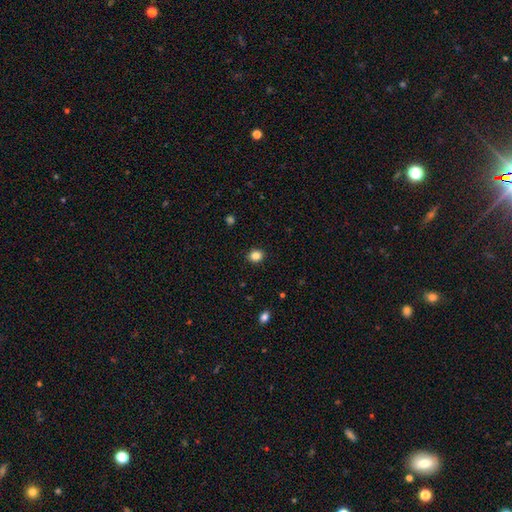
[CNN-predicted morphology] Smooth or featured?
  - smooth: 84% *
  - star or artifact: 11%
  - featured or disk: 4%
How rounded?
  - round: 71% *
  - in between: 28%
  - cigar-shaped: 1%
Merging?
  - none: 91% *
  - minor disturbance: 6%
  - major disturbance: 2%
  - merger: 1%